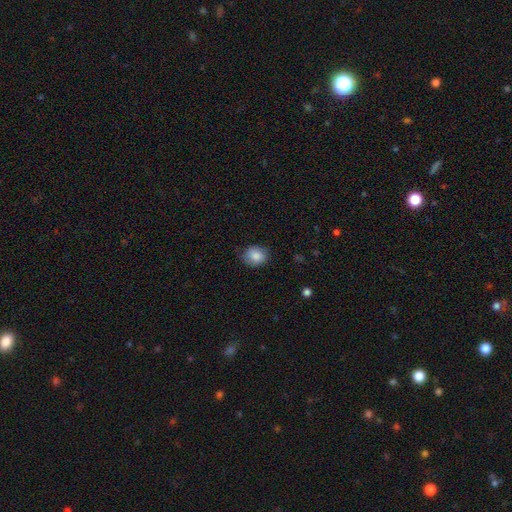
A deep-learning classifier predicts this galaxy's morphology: type=smooth (85%); roundness=round (62%); merging=none (77%).